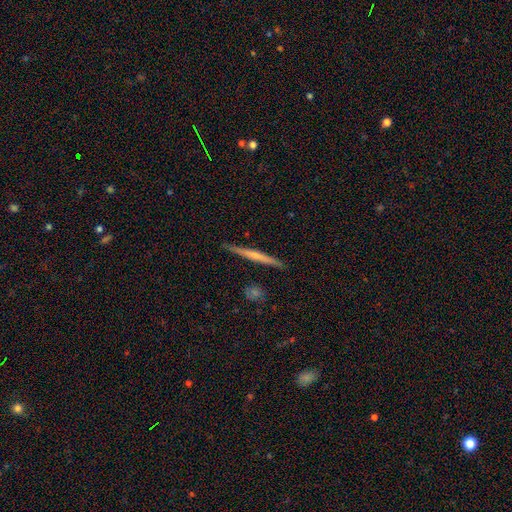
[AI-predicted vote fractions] A featured or disk galaxy (52%) viewed edge-on (97%) with no central bulge (66%). Merging: none (89%).